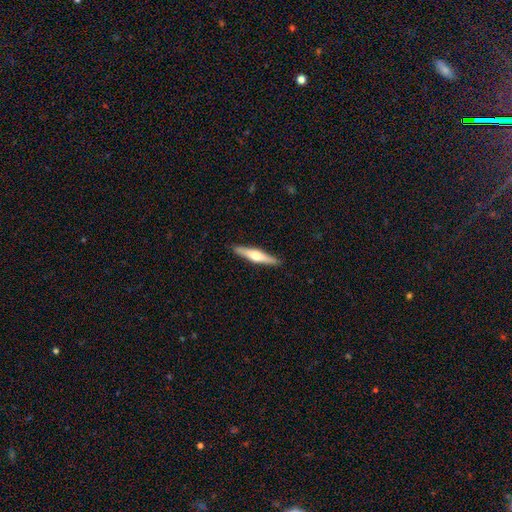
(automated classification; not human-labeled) featured or disk 57%, smooth 38%, star or artifact 5%. Down the decision tree: edge-on disk — yes (97%); edge-on bulge — rounded (87%); merging — none (91%).